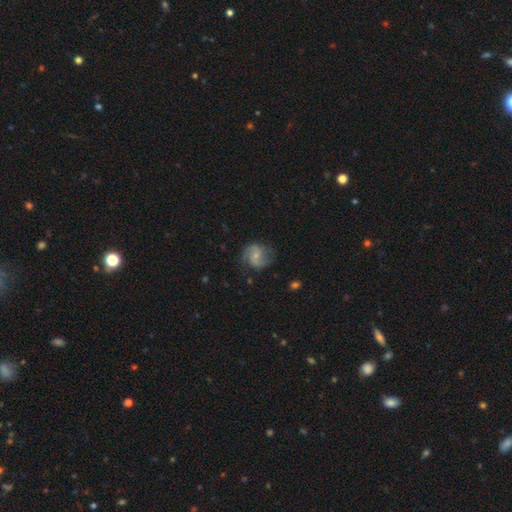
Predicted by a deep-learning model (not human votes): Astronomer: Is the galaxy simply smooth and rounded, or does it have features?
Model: featured or disk — 76%.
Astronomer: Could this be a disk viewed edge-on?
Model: no — 98%.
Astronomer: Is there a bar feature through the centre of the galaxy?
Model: no — 57% (runner-up: weak, 36%).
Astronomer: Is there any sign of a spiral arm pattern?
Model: yes — 94%.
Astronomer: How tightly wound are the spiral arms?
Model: medium — 50% (runner-up: loose, 31%).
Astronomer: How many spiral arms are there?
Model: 2 — 87%.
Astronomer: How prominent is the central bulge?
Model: small — 64%.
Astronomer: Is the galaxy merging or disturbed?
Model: none — 73%.